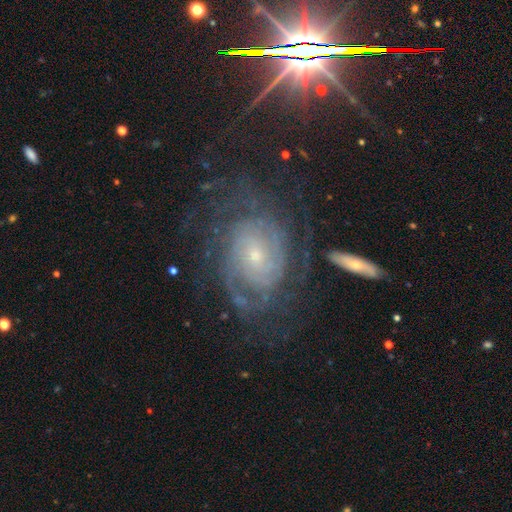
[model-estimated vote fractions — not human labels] Smooth or featured? Predicted: featured or disk (p=0.82). Edge-on disk? Predicted: no (p=0.96). Bar? Predicted: no (p=0.69). Spiral arms? Predicted: yes (p=0.94). Spiral winding? Predicted: tight (p=0.68). Spiral arm count? Predicted: can't tell (p=0.42). Bulge size? Predicted: small (p=0.71). Merging? Predicted: none (p=0.66).